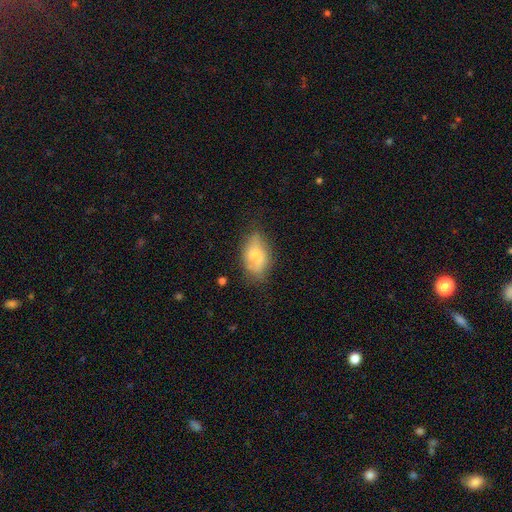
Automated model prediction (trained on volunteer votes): The model was most divided on "merging": none: 58%, minor disturbance: 30%, major disturbance: 9%, merger: 3%. More confident: how rounded — in between (89%); smooth or featured — smooth (63%).